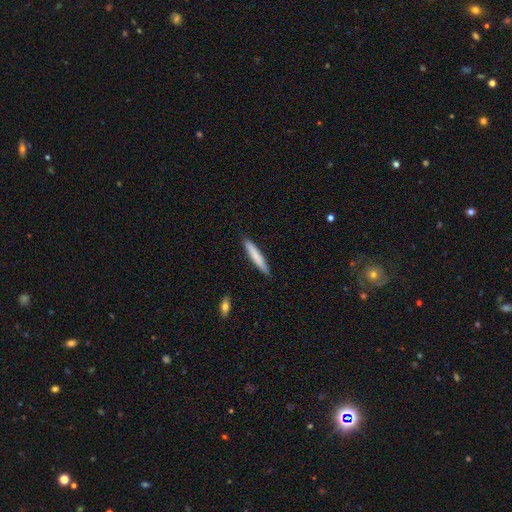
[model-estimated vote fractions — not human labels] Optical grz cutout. It shows a smooth galaxy with no disk features (75%) that is cigar-shaped (94%). Merging: none (89%).